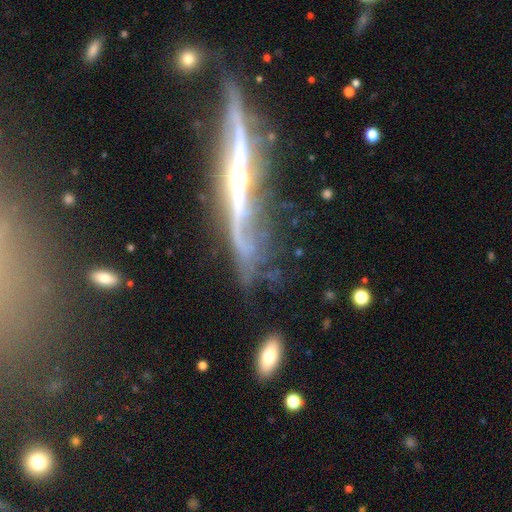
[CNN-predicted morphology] Smooth or featured? featured or disk (75%)
Edge-on disk? yes (65%)
Merging? none (38%)